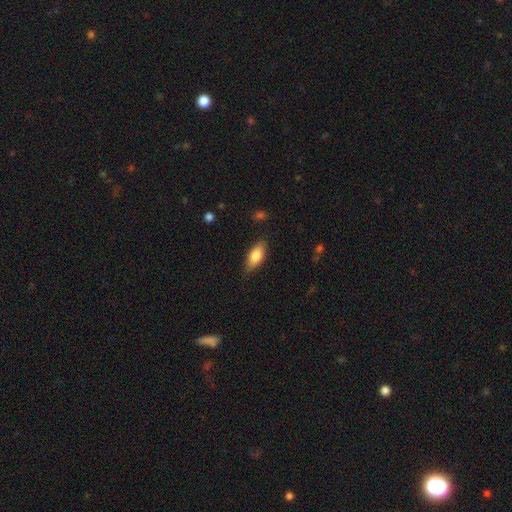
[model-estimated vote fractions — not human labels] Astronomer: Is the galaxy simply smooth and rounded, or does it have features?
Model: smooth — 80%.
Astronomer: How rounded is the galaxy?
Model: in between — 82%.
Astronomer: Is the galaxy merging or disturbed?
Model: none — 82%.